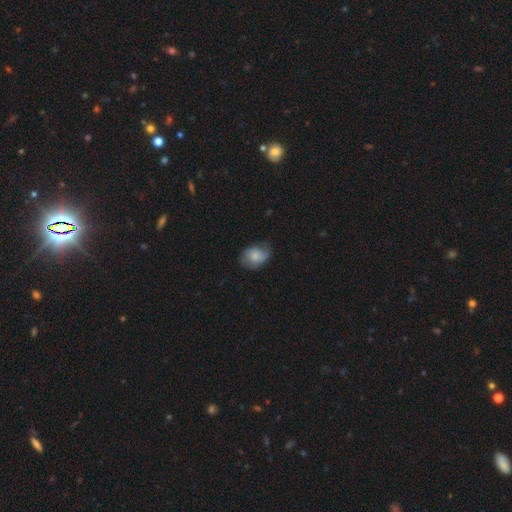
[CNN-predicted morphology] Smooth or featured: smooth — 73% (featured or disk — 20%)
How rounded: in between — 67% (round — 31%)
Merging: none — 52% (minor disturbance — 35%)